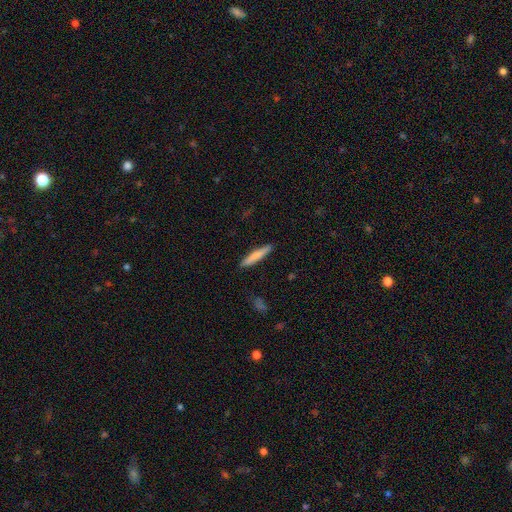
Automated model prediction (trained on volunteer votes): Smooth or featured? Predicted: smooth (p=0.75). How rounded? Predicted: cigar-shaped (p=0.92). Merging? Predicted: none (p=0.90).